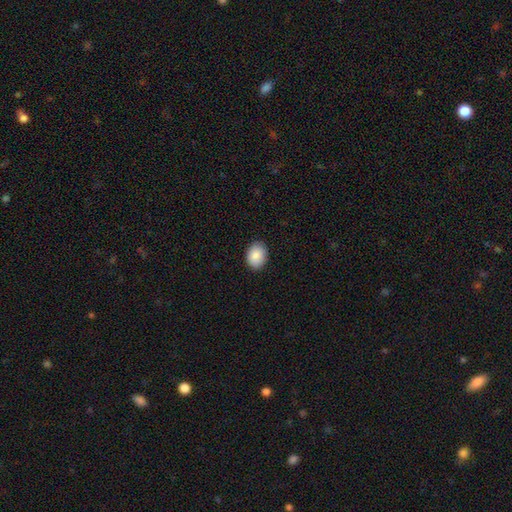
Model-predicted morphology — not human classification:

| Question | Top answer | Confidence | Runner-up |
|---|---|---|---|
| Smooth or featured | smooth | 89% | star or artifact (7%) |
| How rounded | in between | 73% | round (27%) |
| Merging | none | 89% | minor disturbance (9%) |